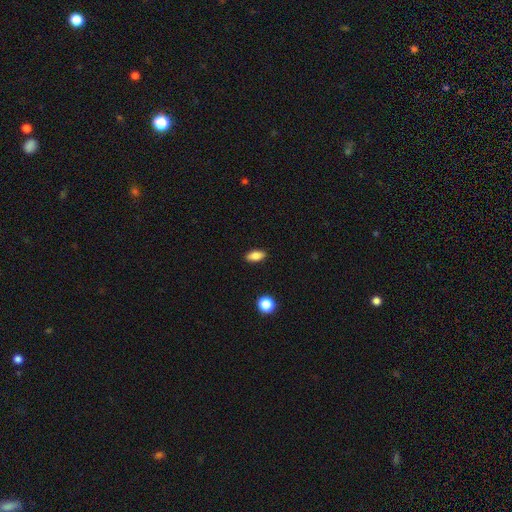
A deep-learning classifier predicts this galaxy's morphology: The model was most divided on "smooth or featured": smooth: 81%, featured or disk: 10%, star or artifact: 9%. More confident: merging — none (90%); how rounded — in between (87%).